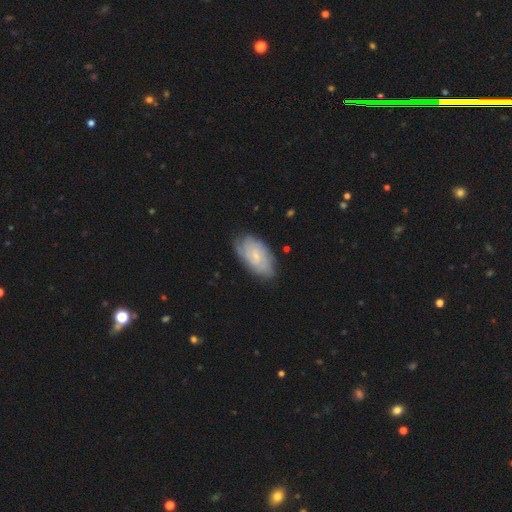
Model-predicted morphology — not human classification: Smooth or featured: featured or disk — 61% (smooth — 33%)
Edge-on disk: no — 94% (yes — 6%)
Bar: no — 58% (weak — 36%)
Spiral arms: yes — 87% (no — 13%)
Spiral winding: tight — 67% (medium — 26%)
Spiral arm count: can't tell — 55% (2 — 18%)
Bulge size: small — 69% (moderate — 21%)
Merging: none — 75% (minor disturbance — 19%)